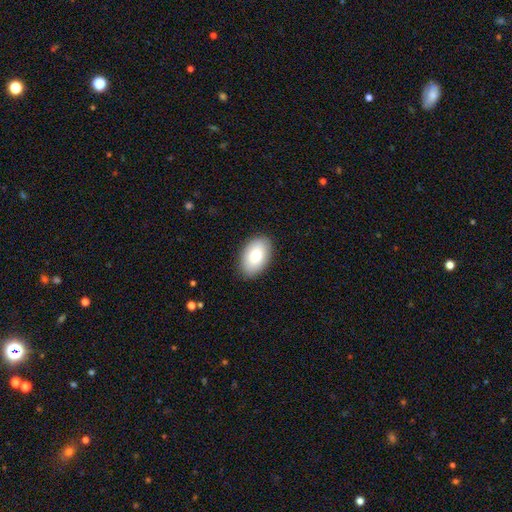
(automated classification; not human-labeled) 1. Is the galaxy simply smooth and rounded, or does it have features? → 80% smooth, 13% featured or disk, 7% star or artifact.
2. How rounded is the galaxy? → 92% in between, 7% round, 1% cigar-shaped.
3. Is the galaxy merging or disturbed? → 88% none, 9% minor disturbance, 2% major disturbance, 1% merger.